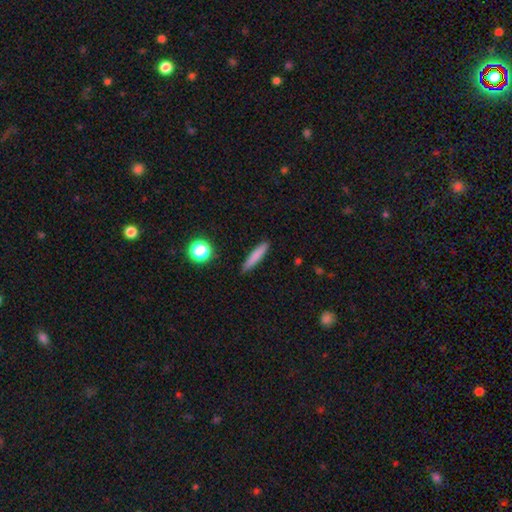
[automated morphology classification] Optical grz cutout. It shows a smooth galaxy with no disk features (77%) that is cigar-shaped (89%). Merging: none (86%).